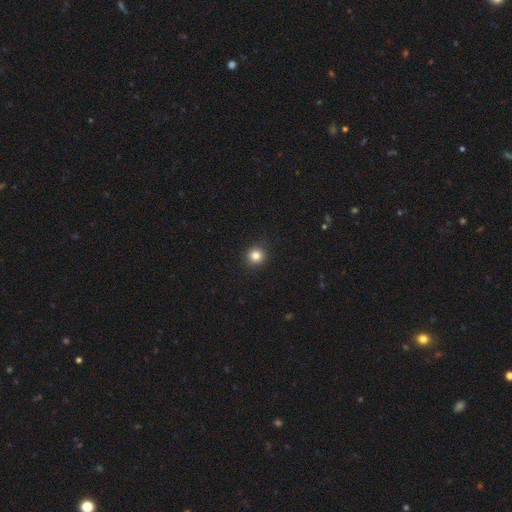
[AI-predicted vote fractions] Overall: smooth (83%). How rounded: round (94%). Merging: none (92%).